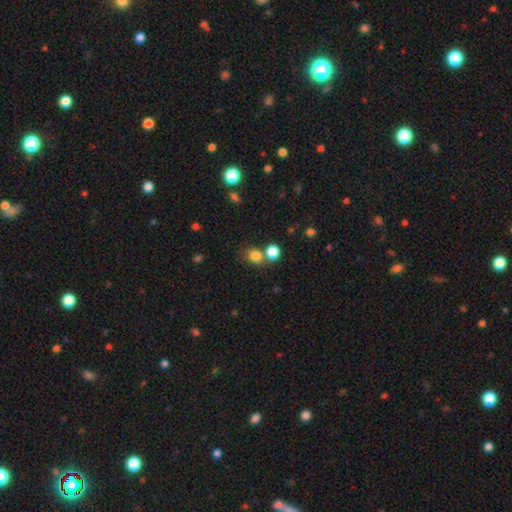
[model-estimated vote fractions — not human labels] Smooth or featured?
  - smooth: 81% *
  - star or artifact: 13%
  - featured or disk: 6%
How rounded?
  - round: 73% *
  - in between: 26%
  - cigar-shaped: 1%
Merging?
  - none: 57% *
  - merger: 30%
  - minor disturbance: 9%
  - major disturbance: 4%